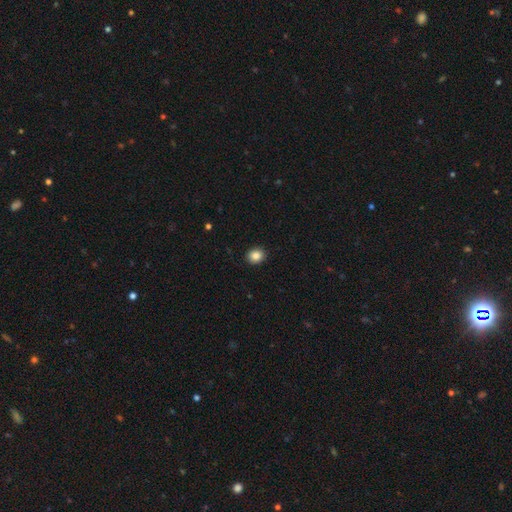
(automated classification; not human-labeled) Smooth or featured? Predicted: smooth (p=0.86). How rounded? Predicted: round (p=0.63). Merging? Predicted: none (p=0.91).